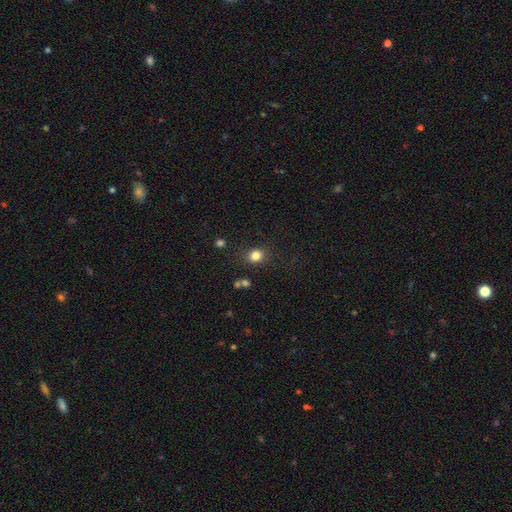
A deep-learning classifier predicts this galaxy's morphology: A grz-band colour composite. It shows a smooth galaxy with no disk features (82%) that is round (70%). Merging: none (80%).